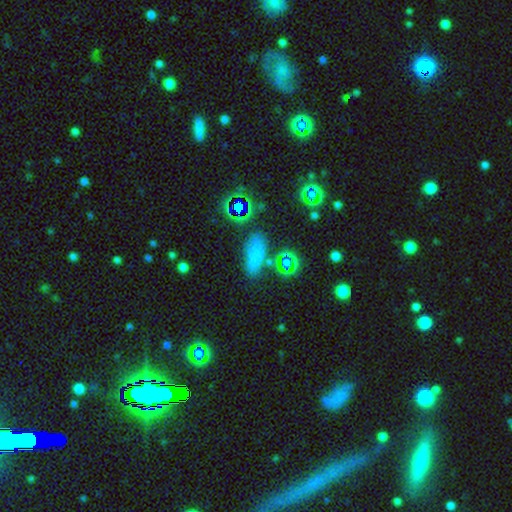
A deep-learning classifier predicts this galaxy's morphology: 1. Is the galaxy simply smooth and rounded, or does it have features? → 66% smooth, 26% star or artifact, 8% featured or disk.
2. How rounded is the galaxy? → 71% in between, 21% cigar-shaped, 8% round.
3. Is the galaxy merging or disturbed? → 71% none, 17% minor disturbance, 6% merger, 6% major disturbance.